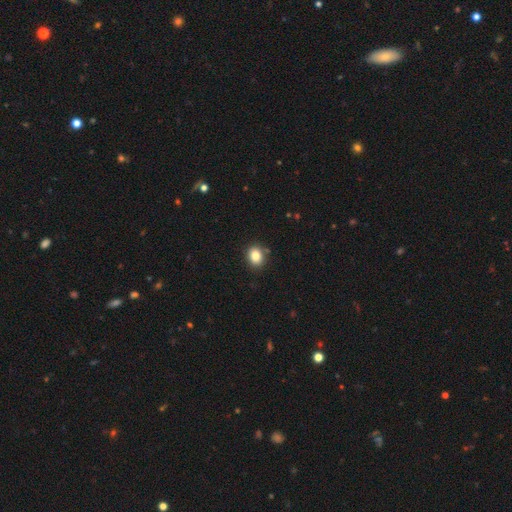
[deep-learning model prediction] Smooth or featured: smooth — 85% (star or artifact — 10%)
How rounded: in between — 50% (round — 49%)
Merging: none — 84% (minor disturbance — 10%)